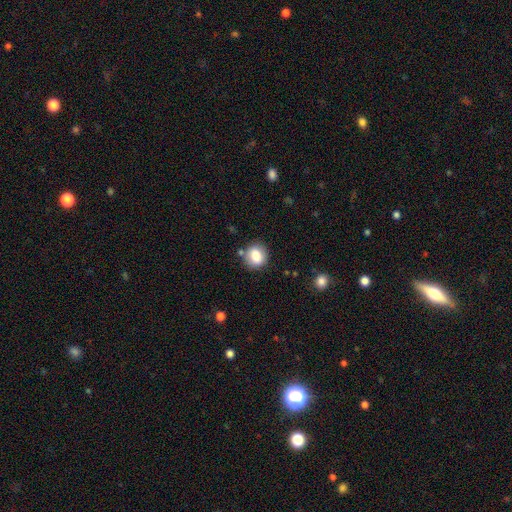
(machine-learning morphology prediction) smooth-or-featured: smooth: 81% | featured or disk: 10% | star or artifact: 9%
  how-rounded: round: 71% | in between: 28% | cigar-shaped: 1%
  merging: none: 79% | minor disturbance: 12% | merger: 5% | major disturbance: 3%